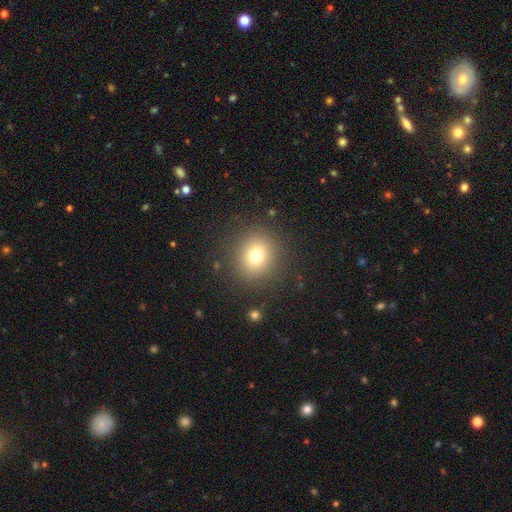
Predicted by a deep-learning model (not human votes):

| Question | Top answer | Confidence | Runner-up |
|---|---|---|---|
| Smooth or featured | smooth | 74% | star or artifact (15%) |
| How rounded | round | 85% | in between (14%) |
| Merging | none | 87% | minor disturbance (7%) |